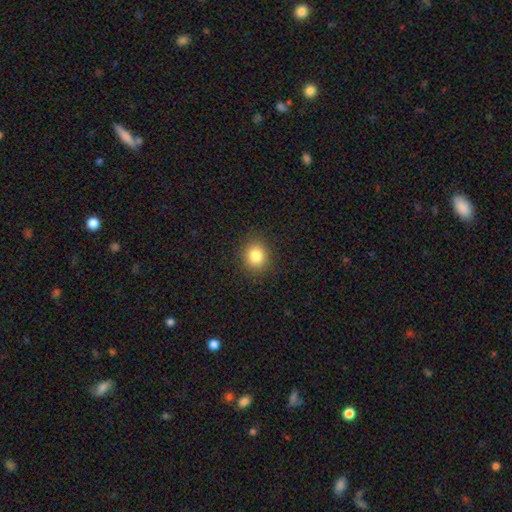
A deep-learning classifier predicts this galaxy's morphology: smooth_or_featured: smooth (p=0.83) [alt: star or artifact p=0.11]
how_rounded: round (p=0.74) [alt: in between p=0.25]
merging: none (p=0.89) [alt: minor disturbance p=0.07]